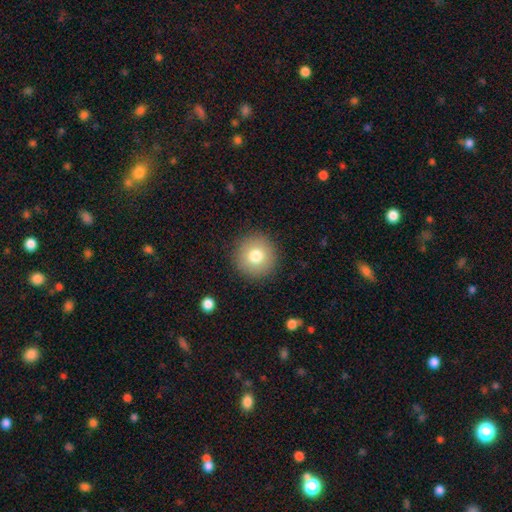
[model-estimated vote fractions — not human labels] Smooth or featured: smooth — 77% (featured or disk — 13%)
How rounded: round — 96% (in between — 3%)
Merging: none — 91% (minor disturbance — 6%)